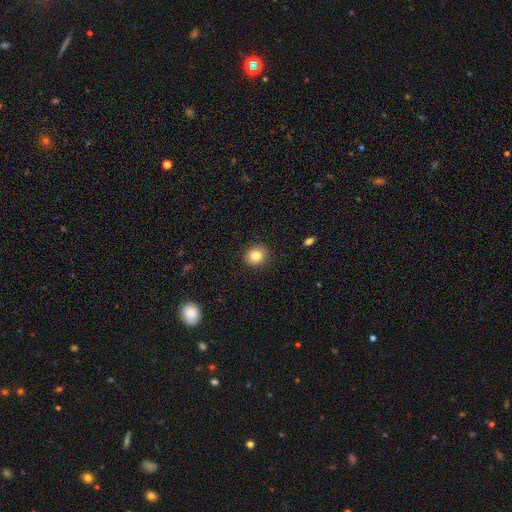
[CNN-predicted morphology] Smooth or featured? smooth (84%)
How rounded? round (81%)
Merging? none (90%)